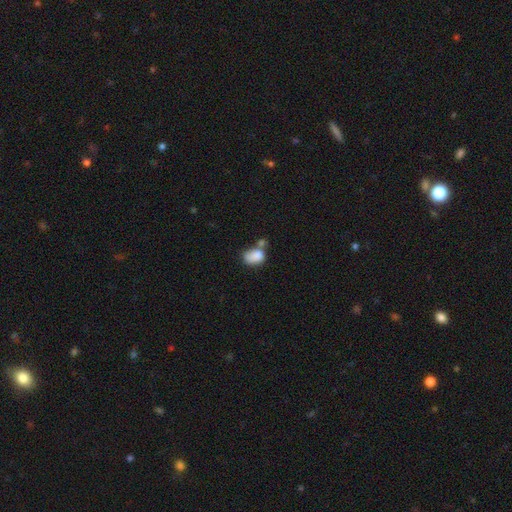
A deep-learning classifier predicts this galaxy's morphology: This is clearly a smooth galaxy (81%). How rounded: likely in between (77%). Merging: marginally merger (43%).